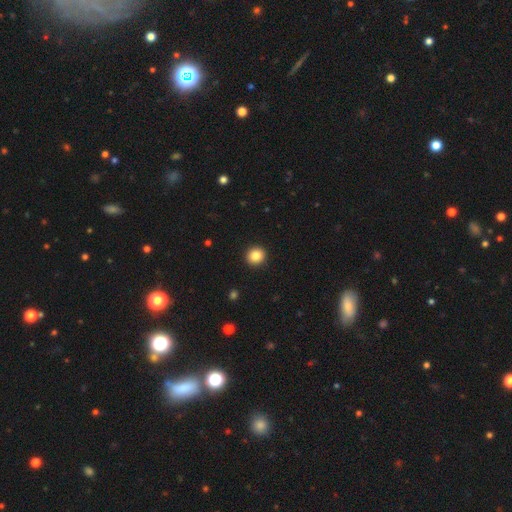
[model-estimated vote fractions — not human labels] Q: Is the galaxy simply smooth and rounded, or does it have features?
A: smooth — 86%.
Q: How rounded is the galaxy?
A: round — 89%.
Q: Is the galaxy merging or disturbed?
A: none — 93%.